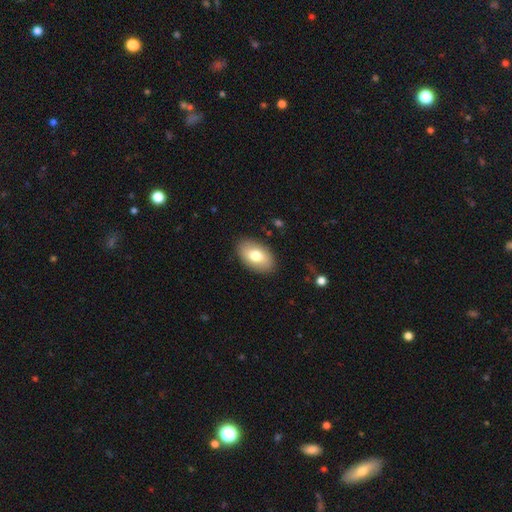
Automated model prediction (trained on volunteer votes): Smooth or featured?
  - smooth: 76% *
  - featured or disk: 18%
  - star or artifact: 6%
How rounded?
  - in between: 93% *
  - round: 6%
  - cigar-shaped: 1%
Merging?
  - none: 88% *
  - minor disturbance: 9%
  - major disturbance: 2%
  - merger: 1%